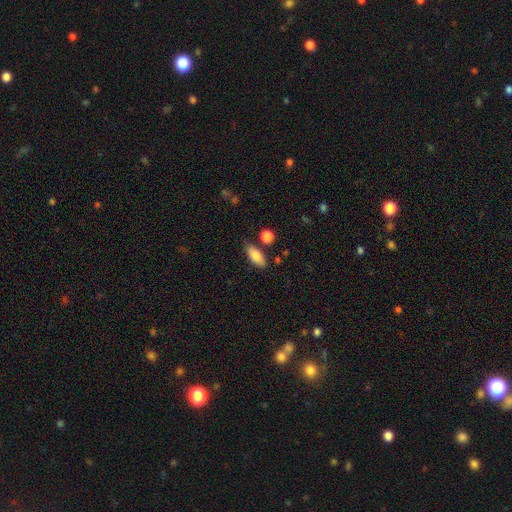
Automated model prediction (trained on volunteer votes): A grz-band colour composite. It shows a smooth galaxy with no disk features (85%) that is in between round and cigar-shaped (81%). Merging: none (78%).